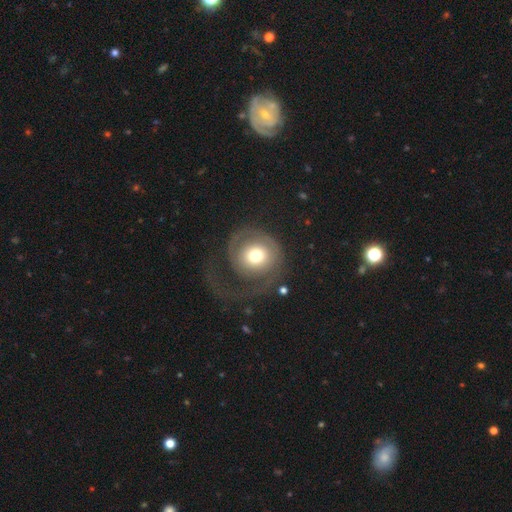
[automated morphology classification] smooth_or_featured: featured or disk (p=0.51) [alt: smooth p=0.42]
disk_edge_on: no (p=0.97) [alt: yes p=0.03]
merging: major disturbance (p=0.45) [alt: none p=0.39]